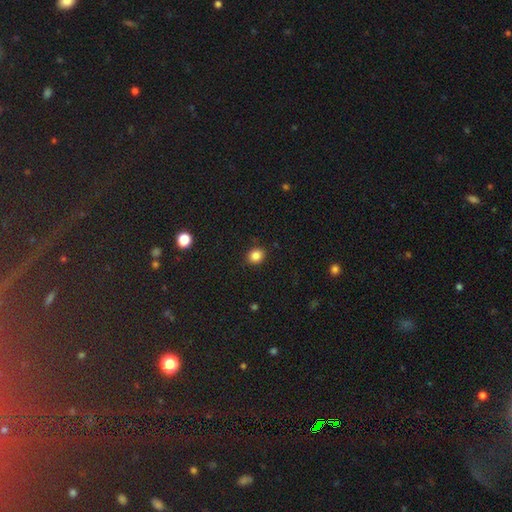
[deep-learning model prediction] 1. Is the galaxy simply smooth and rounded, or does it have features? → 85% smooth, 11% star or artifact, 4% featured or disk.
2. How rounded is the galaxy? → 68% round, 31% in between, 1% cigar-shaped.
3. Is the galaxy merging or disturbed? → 89% none, 8% minor disturbance, 2% major disturbance, 1% merger.